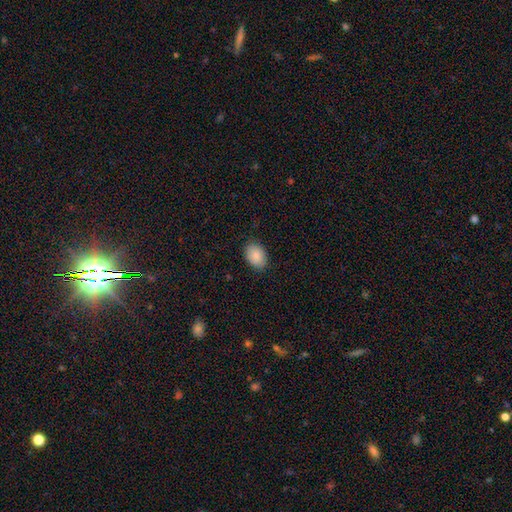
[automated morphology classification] Q: Smooth or featured?
A: smooth (87%); runner-up: star or artifact (7%)
Q: How rounded?
A: in between (78%); runner-up: round (21%)
Q: Merging?
A: none (86%); runner-up: minor disturbance (11%)